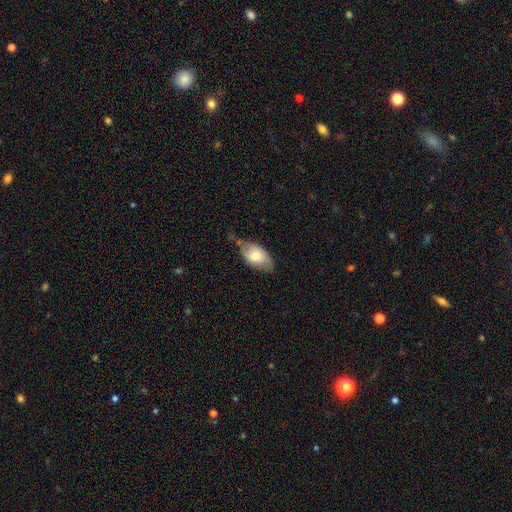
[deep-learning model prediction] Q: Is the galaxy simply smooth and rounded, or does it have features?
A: smooth — 66%.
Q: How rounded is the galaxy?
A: in between — 91%.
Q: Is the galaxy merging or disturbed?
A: none — 48%.